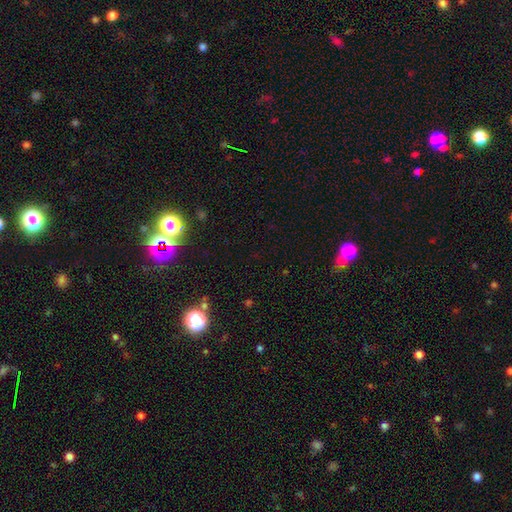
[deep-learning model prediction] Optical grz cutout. It shows a star or artifact, not a galaxy (69%).